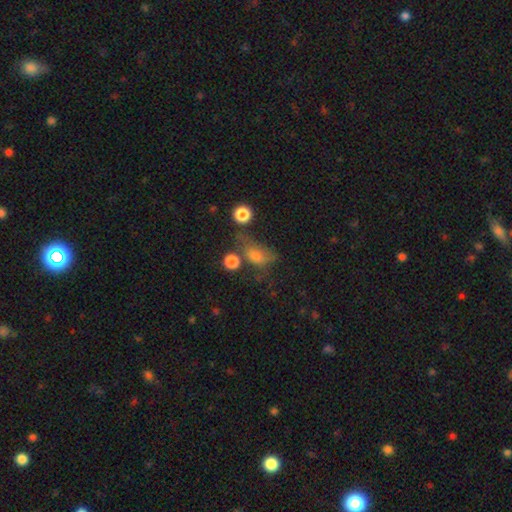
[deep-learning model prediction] smooth-or-featured: smooth: 67% | featured or disk: 17% | star or artifact: 16%
  how-rounded: in between: 74% | round: 22% | cigar-shaped: 4%
  merging: none: 36% | minor disturbance: 26% | major disturbance: 25% | merger: 13%